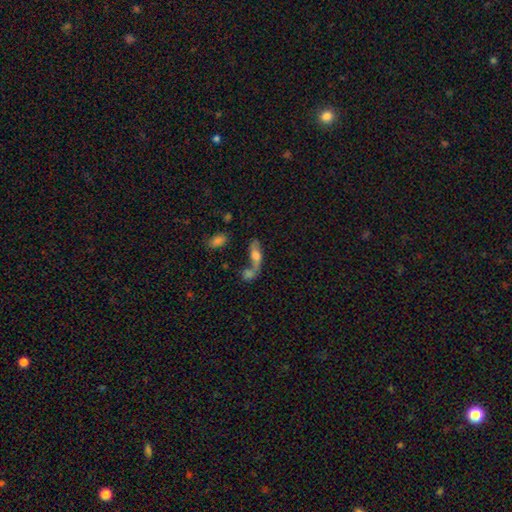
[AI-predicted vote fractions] A smooth galaxy with no disk features (45%).

Vote fractions:
- Smooth or featured? smooth: 45% / featured or disk: 44% / star or artifact: 11%
- Merging? merger: 43% / none: 31% / major disturbance: 13% / minor disturbance: 13%